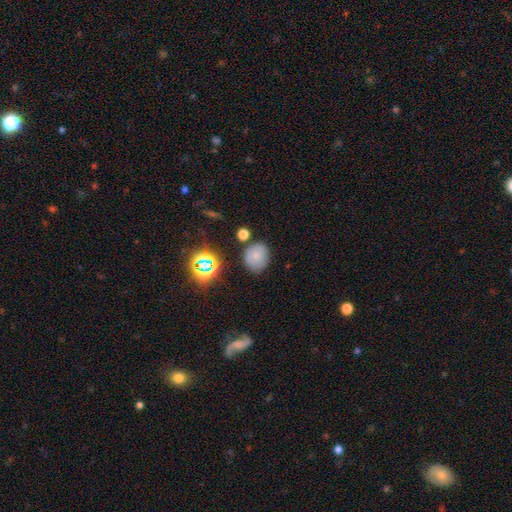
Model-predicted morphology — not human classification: Smooth or featured: smooth — 67% (star or artifact — 17%)
How rounded: round — 71% (in between — 28%)
Merging: none — 74% (minor disturbance — 16%)